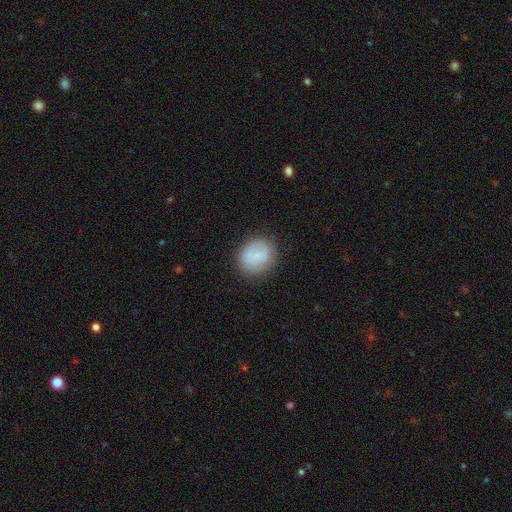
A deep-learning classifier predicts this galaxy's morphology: smooth_or_featured: smooth (p=0.77) [alt: featured or disk p=0.16]
how_rounded: round (p=0.73) [alt: in between p=0.26]
merging: none (p=0.82) [alt: minor disturbance p=0.12]